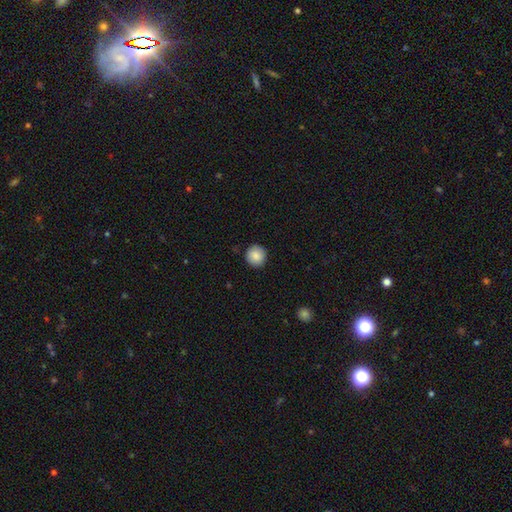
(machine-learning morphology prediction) This is clearly a smooth galaxy (88%). How rounded: clearly round (94%). Merging: clearly none (91%).